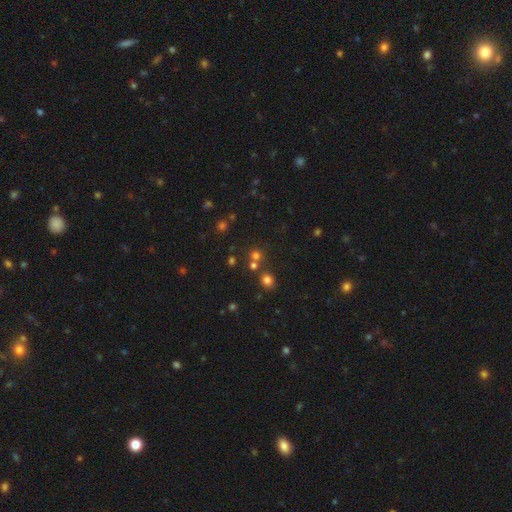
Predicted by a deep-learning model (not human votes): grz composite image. It shows a smooth galaxy with no disk features (64%) that is round (88%). Merging: none (67%).